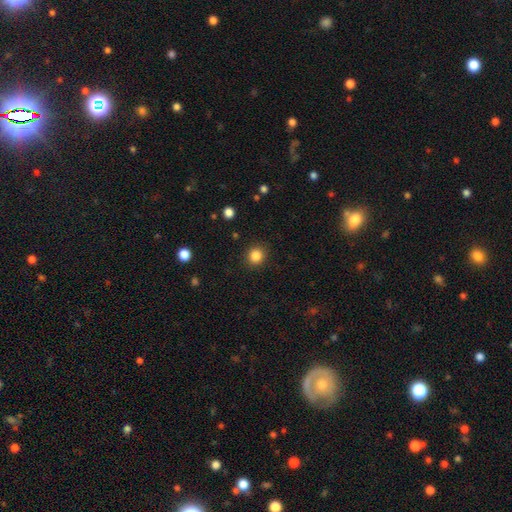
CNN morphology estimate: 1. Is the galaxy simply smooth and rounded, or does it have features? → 85% smooth, 11% star or artifact, 4% featured or disk.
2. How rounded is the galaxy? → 90% round, 9% in between, 1% cigar-shaped.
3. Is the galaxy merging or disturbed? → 90% none, 6% minor disturbance, 2% major disturbance, 1% merger.